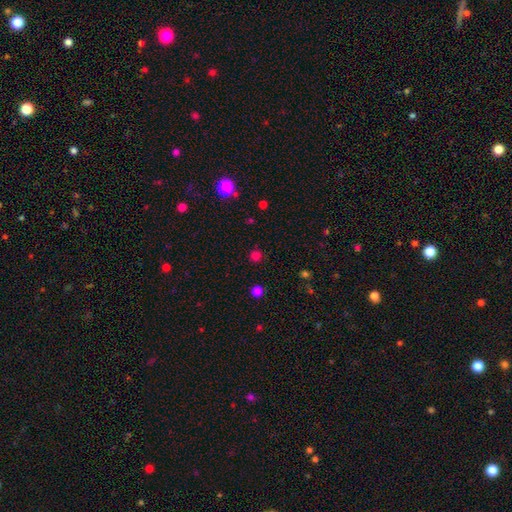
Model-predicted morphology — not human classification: Smooth or featured? smooth (73%)
How rounded? round (93%)
Merging? none (89%)